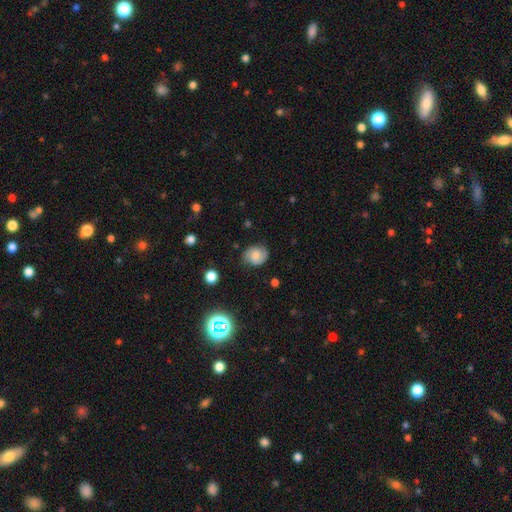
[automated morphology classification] Smooth or featured: featured or disk — 50% (smooth — 40%)
Merging: none — 76% (minor disturbance — 18%)